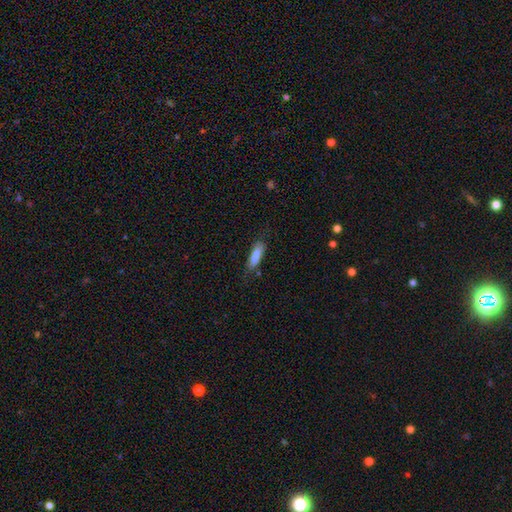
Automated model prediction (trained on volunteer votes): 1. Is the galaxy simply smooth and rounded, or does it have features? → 84% smooth, 10% featured or disk, 7% star or artifact.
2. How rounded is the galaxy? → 56% cigar-shaped, 43% in between, 2% round.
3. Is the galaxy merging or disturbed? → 70% none, 21% minor disturbance, 6% major disturbance, 3% merger.